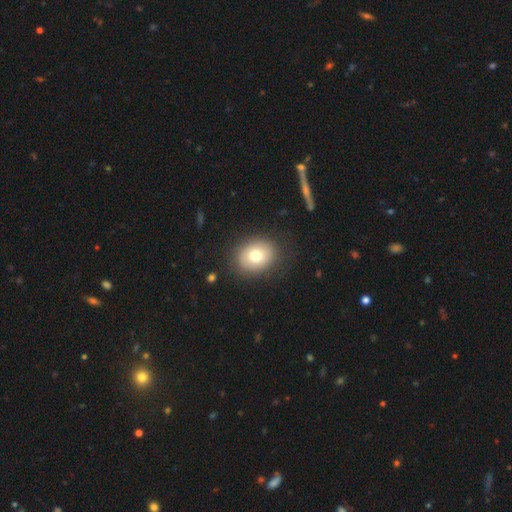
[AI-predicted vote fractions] The model was most divided on "how rounded": round: 57%, in between: 42%, cigar-shaped: 1%. More confident: merging — none (85%); smooth or featured — smooth (75%).